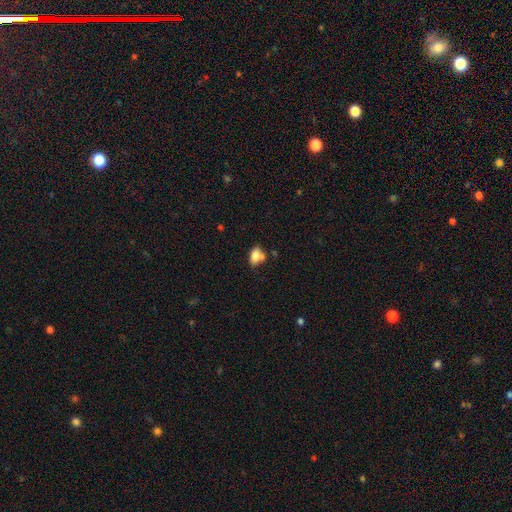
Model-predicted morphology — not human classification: A smooth galaxy with no disk features (77%) that is in between round and cigar-shaped (83%). Merging: none (47%).